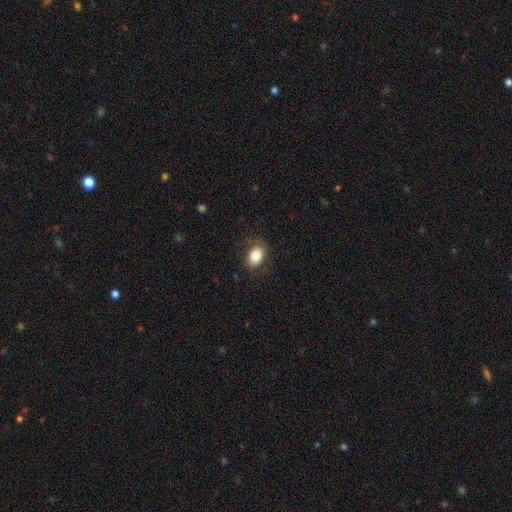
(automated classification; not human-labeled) Smooth or featured? Predicted: smooth (p=0.82). How rounded? Predicted: in between (p=0.80). Merging? Predicted: none (p=0.80).